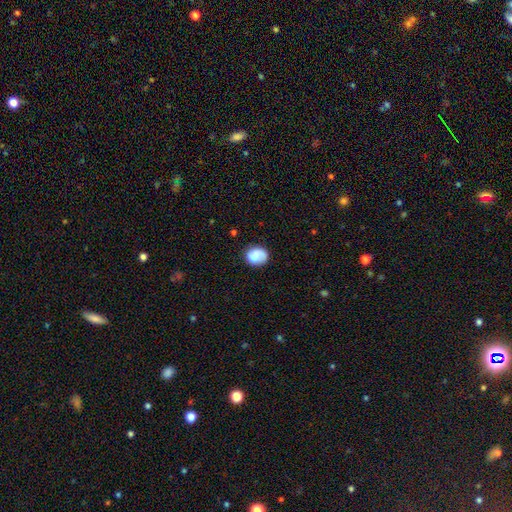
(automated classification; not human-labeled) The model was most divided on "how rounded": round: 66%, in between: 33%, cigar-shaped: 1%. More confident: smooth or featured — smooth (75%); merging — none (70%).